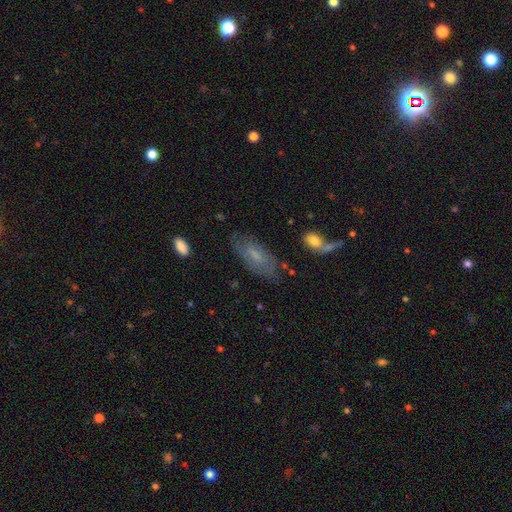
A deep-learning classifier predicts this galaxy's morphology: Smooth or featured?
  - smooth: 50% *
  - featured or disk: 41%
  - star or artifact: 9%
How rounded?
  - in between: 82% *
  - cigar-shaped: 15%
  - round: 3%
Merging?
  - none: 71% *
  - minor disturbance: 19%
  - major disturbance: 7%
  - merger: 3%